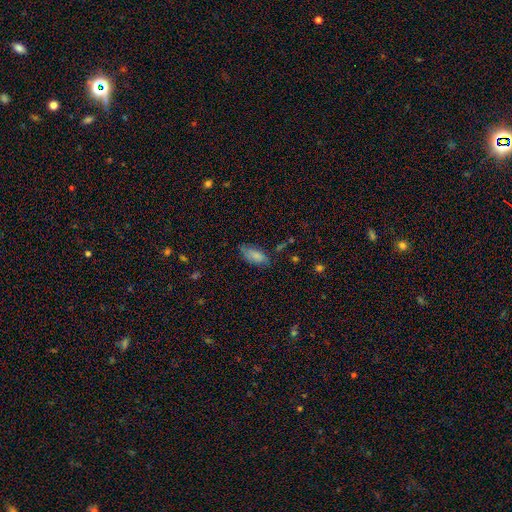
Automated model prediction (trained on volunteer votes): A smooth galaxy with no disk features (82%) that is in between round and cigar-shaped (84%).

Vote fractions:
- Smooth or featured? smooth: 82% / featured or disk: 10% / star or artifact: 8%
- How rounded? in between: 84% / cigar-shaped: 13% / round: 2%
- Merging? none: 70% / minor disturbance: 23% / major disturbance: 5% / merger: 2%